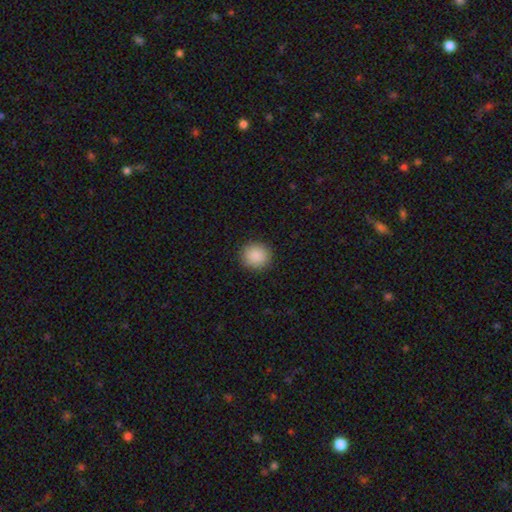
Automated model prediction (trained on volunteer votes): Overall: smooth (89%). How rounded: round (90%). Merging: none (91%).